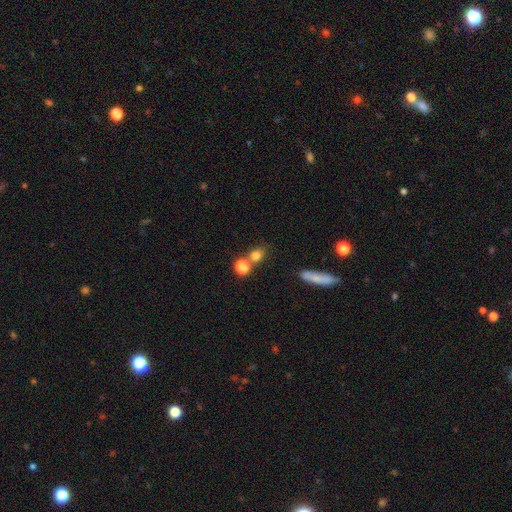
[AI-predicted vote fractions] Overall: smooth (76%). How rounded: round (65%; in between 31%). Merging: none (58%; merger 27%).